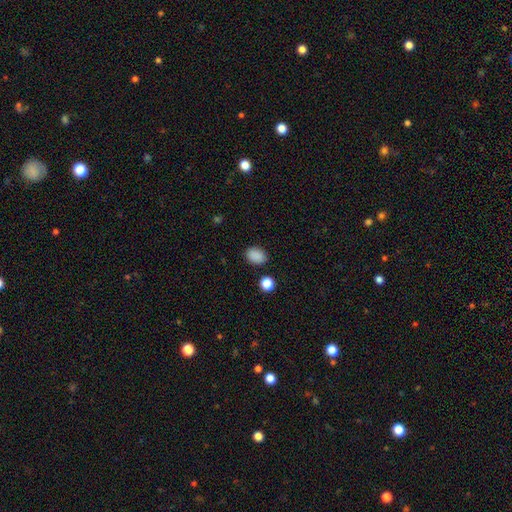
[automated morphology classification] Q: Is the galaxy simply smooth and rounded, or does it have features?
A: smooth — 87%.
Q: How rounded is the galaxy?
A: in between — 66%.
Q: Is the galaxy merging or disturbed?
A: none — 85%.